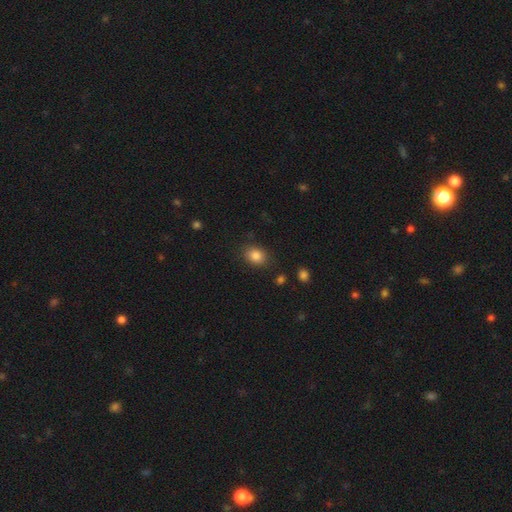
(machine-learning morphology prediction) A smooth galaxy with no disk features (84%) that is in between round and cigar-shaped (53%). Merging: none (83%).